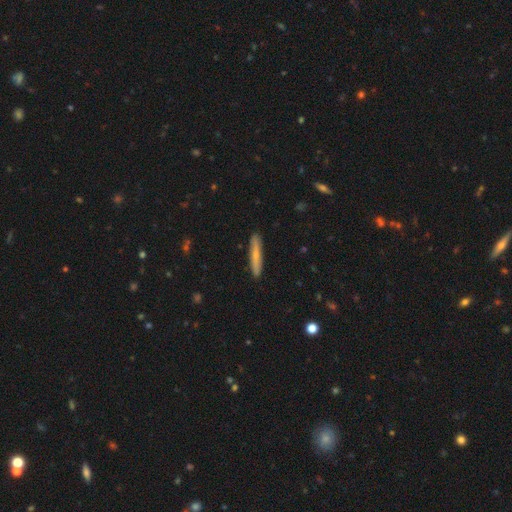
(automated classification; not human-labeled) Smooth or featured: smooth — 61% (featured or disk — 33%)
How rounded: cigar-shaped — 94% (in between — 5%)
Merging: none — 89% (minor disturbance — 8%)